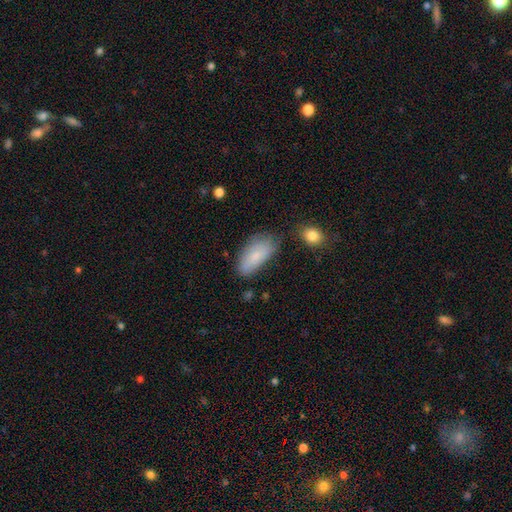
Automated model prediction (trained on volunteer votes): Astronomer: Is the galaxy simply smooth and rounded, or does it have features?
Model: smooth — 79%.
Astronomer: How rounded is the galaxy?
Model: in between — 89%.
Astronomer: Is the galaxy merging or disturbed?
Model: none — 63%.